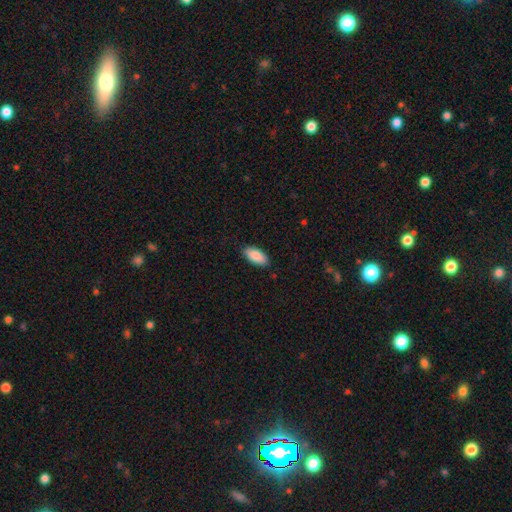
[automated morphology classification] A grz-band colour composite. It shows a smooth galaxy with no disk features (87%) that is in between round and cigar-shaped (91%). Merging: none (86%).